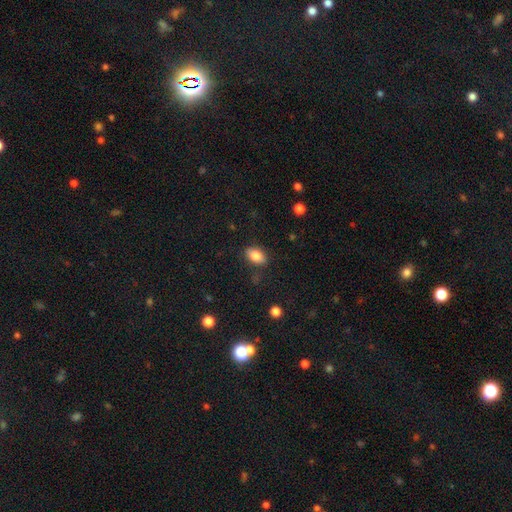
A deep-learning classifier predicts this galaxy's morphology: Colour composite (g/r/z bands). It shows a smooth galaxy with no disk features (83%) that is in between round and cigar-shaped (88%). Merging: none (82%).